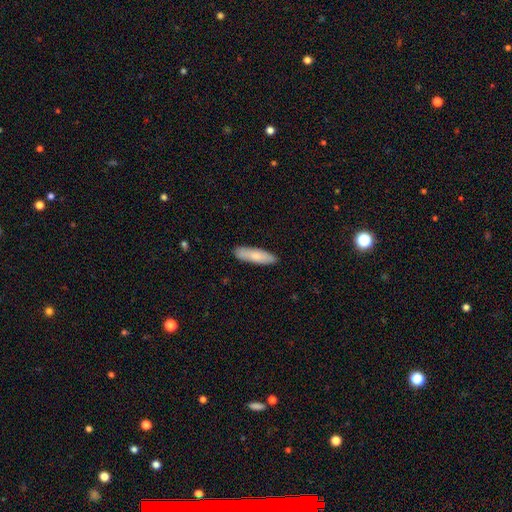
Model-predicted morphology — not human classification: Smooth or featured: smooth — 77% (featured or disk — 17%)
How rounded: cigar-shaped — 61% (in between — 38%)
Merging: none — 88% (minor disturbance — 9%)